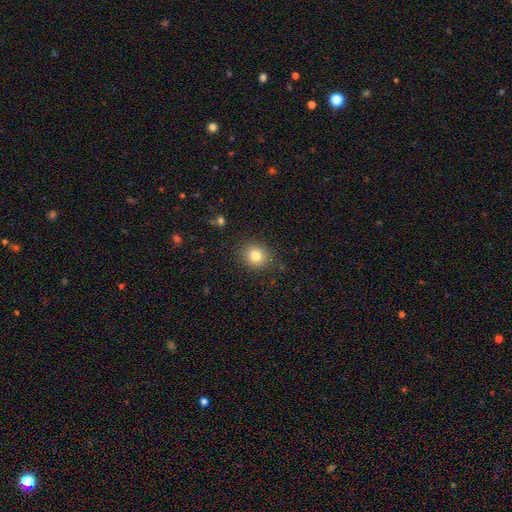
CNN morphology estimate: smooth-or-featured: smooth: 81% | star or artifact: 11% | featured or disk: 7%
  how-rounded: round: 79% | in between: 20% | cigar-shaped: 1%
  merging: none: 87% | minor disturbance: 9% | major disturbance: 3% | merger: 1%